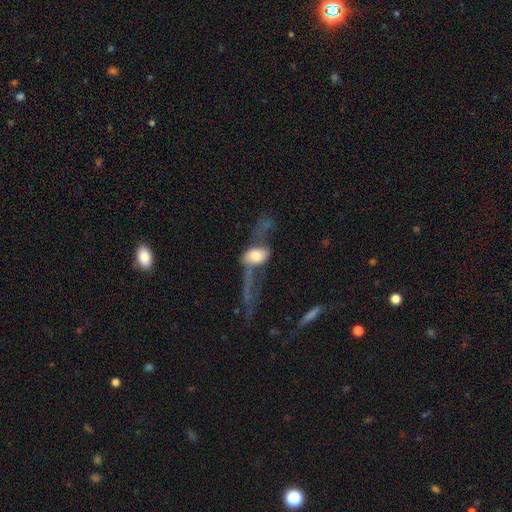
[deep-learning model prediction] Morphology: type=smooth (49%); merging=major disturbance (46%).